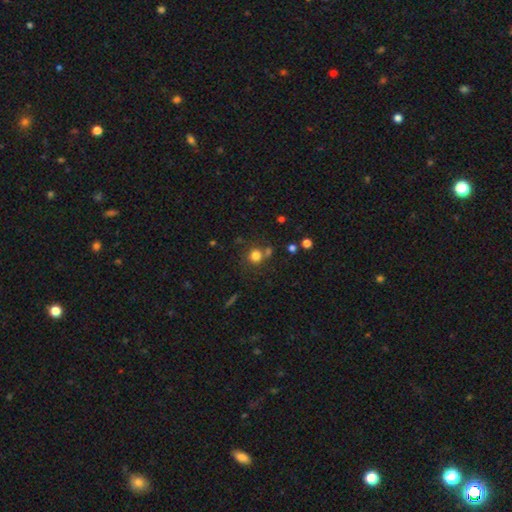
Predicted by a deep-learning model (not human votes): Q: Smooth or featured?
A: smooth (78%); runner-up: star or artifact (14%)
Q: How rounded?
A: round (89%); runner-up: in between (10%)
Q: Merging?
A: none (66%); runner-up: merger (19%)